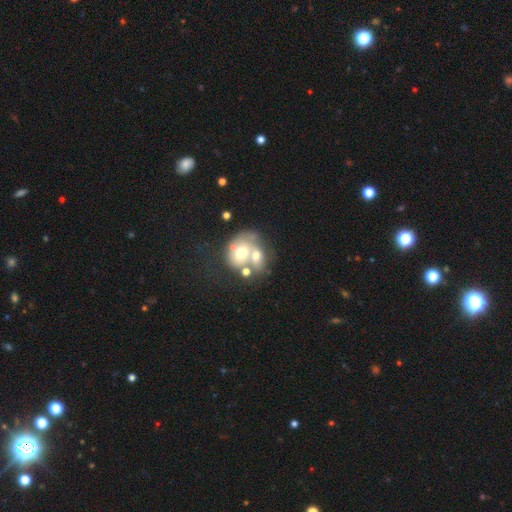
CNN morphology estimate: smooth_or_featured: smooth (p=0.49) [alt: featured or disk p=0.41]
merging: merger (p=0.61) [alt: none p=0.20]